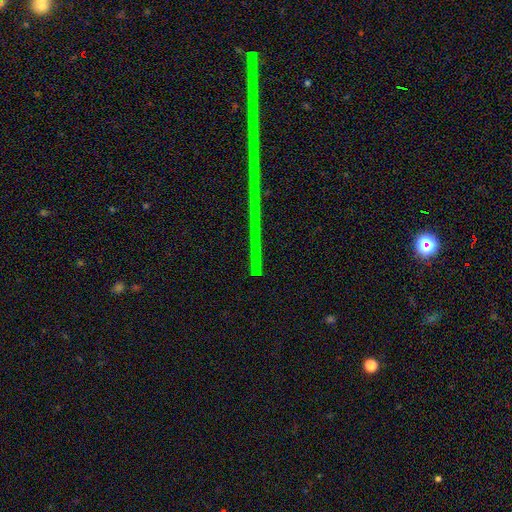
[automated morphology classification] smooth-or-featured: star or artifact: 79% | featured or disk: 12% | smooth: 9%